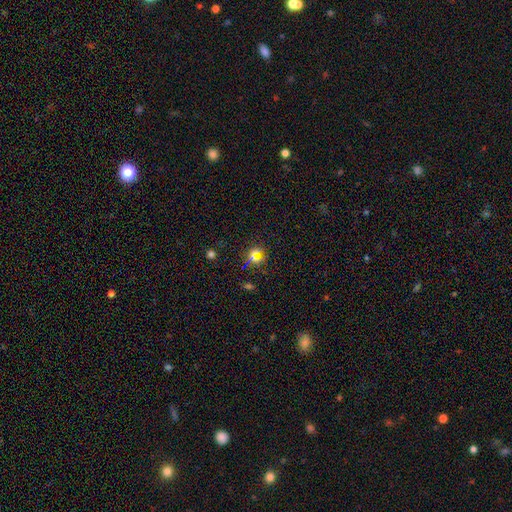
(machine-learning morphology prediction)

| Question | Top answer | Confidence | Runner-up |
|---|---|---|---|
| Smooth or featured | smooth | 50% | star or artifact (40%) |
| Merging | none | 78% | minor disturbance (11%) |